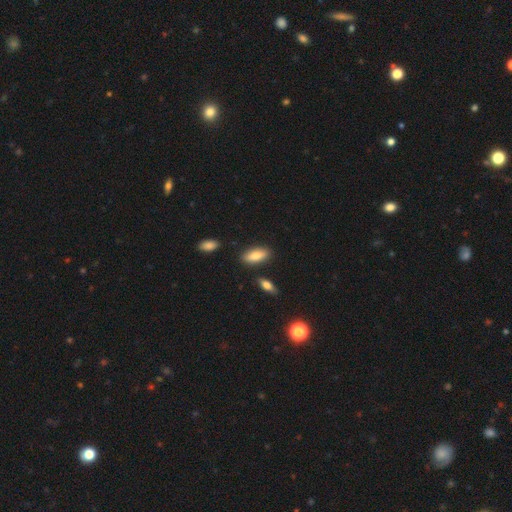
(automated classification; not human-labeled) Smooth or featured?
  - smooth: 83% *
  - featured or disk: 11%
  - star or artifact: 6%
How rounded?
  - in between: 81% *
  - cigar-shaped: 16%
  - round: 2%
Merging?
  - none: 84% *
  - minor disturbance: 10%
  - merger: 4%
  - major disturbance: 2%